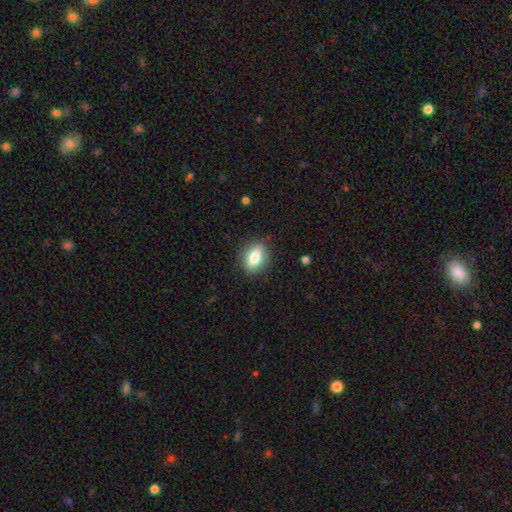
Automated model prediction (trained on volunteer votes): Smooth or featured? Predicted: smooth (p=0.77). How rounded? Predicted: in between (p=0.72). Merging? Predicted: none (p=0.87).